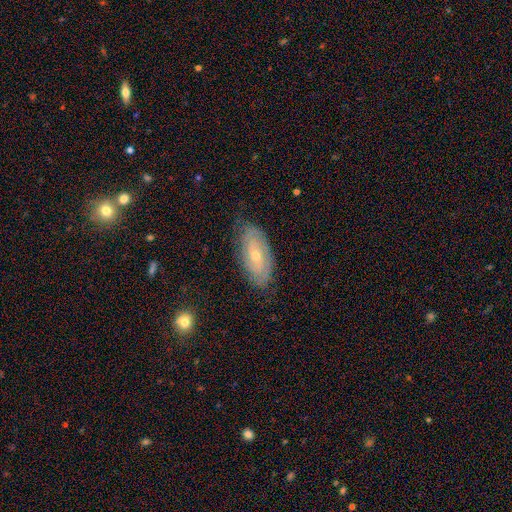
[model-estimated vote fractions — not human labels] This is likely a featured or disk galaxy (71%). It is clearly not viewed edge-on (91%). Bar: possibly no (56%). Spiral arm pattern: clearly yes (87%). Spiral arm count: possibly 2 (45%). Spiral winding: likely tight (64%). Central bulge: possibly small (59%). Merging: likely none (77%).